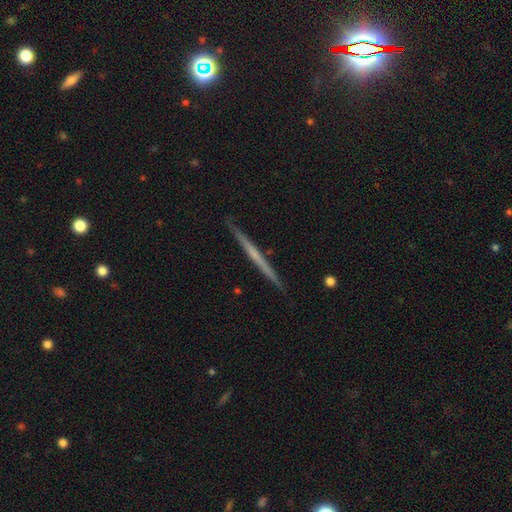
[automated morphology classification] A featured or disk galaxy (64%) viewed edge-on (98%) with no central bulge (78%). Merging: none (92%).